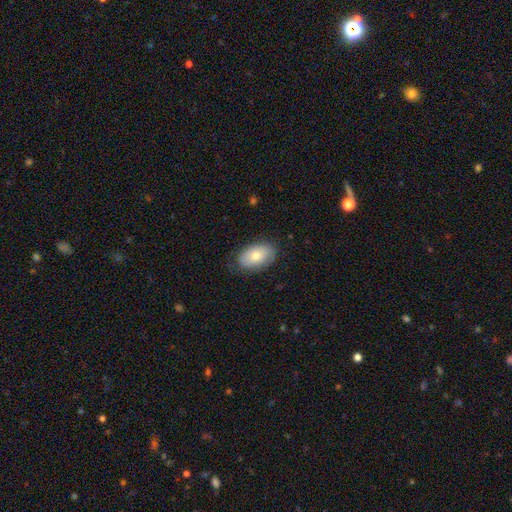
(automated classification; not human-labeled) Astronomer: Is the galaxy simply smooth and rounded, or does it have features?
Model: smooth — 73%.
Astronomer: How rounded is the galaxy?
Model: in between — 91%.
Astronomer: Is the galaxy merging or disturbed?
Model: none — 79%.